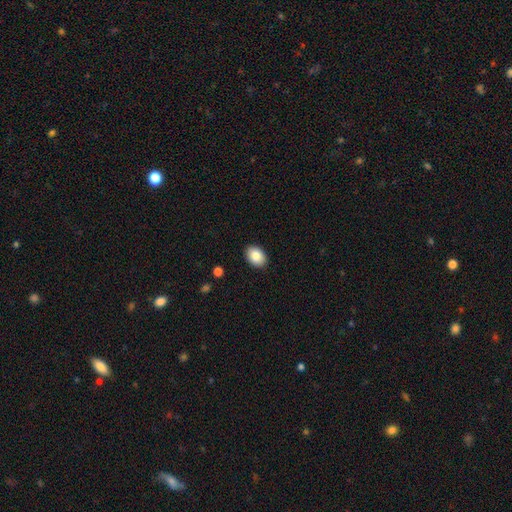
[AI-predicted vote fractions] Smooth or featured? Predicted: smooth (p=0.85). How rounded? Predicted: in between (p=0.82). Merging? Predicted: none (p=0.90).